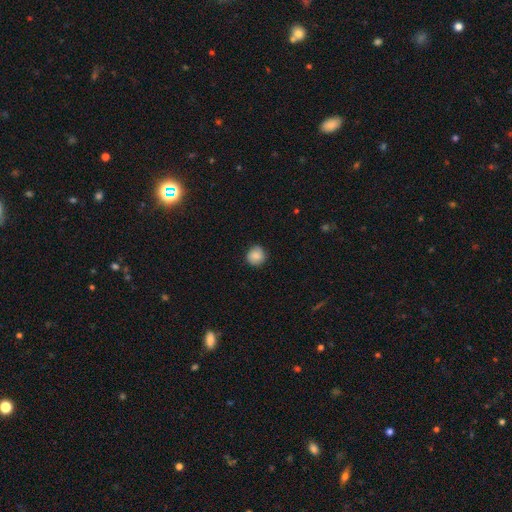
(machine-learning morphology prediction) smooth 85%, star or artifact 8%, featured or disk 7%. Down the decision tree: how rounded — round (91%); merging — none (85%).